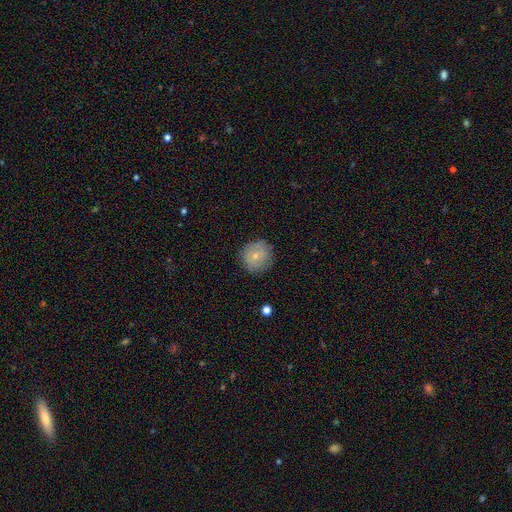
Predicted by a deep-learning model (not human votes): This appears to be a smooth galaxy with no disk features (66%) that is round (92%). Merging: none (83%).